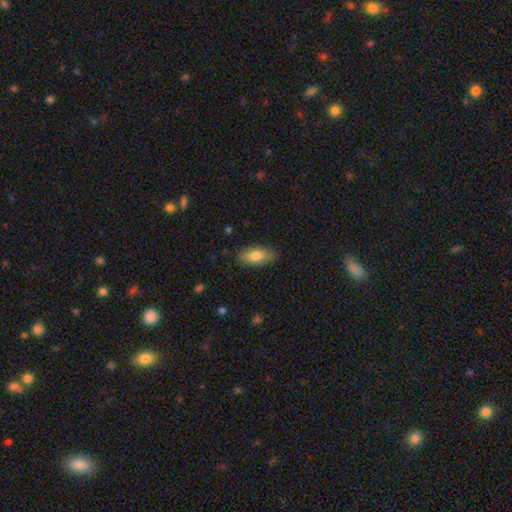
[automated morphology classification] Smooth or featured? Predicted: smooth (p=0.79). How rounded? Predicted: in between (p=0.85). Merging? Predicted: none (p=0.82).